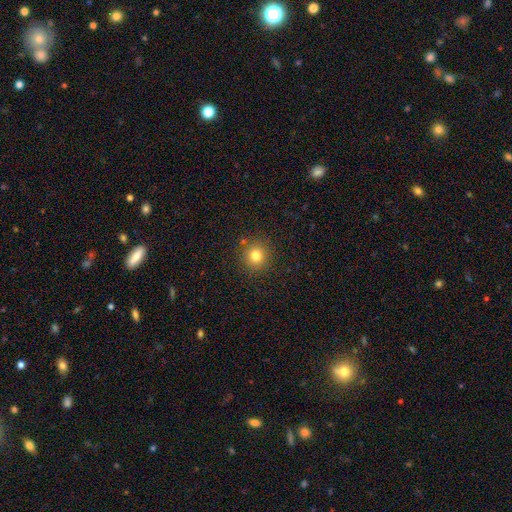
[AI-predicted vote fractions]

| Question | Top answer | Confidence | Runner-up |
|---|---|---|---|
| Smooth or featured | smooth | 79% | star or artifact (14%) |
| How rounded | round | 93% | in between (6%) |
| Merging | none | 90% | minor disturbance (6%) |